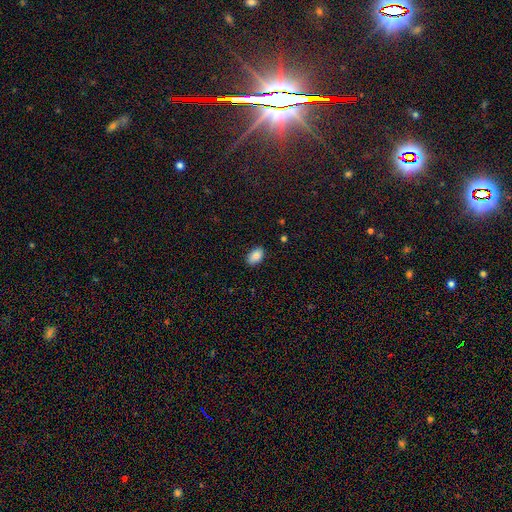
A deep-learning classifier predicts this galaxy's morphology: smooth 88%, star or artifact 8%, featured or disk 5%. Down the decision tree: how rounded — in between (91%); merging — none (86%).